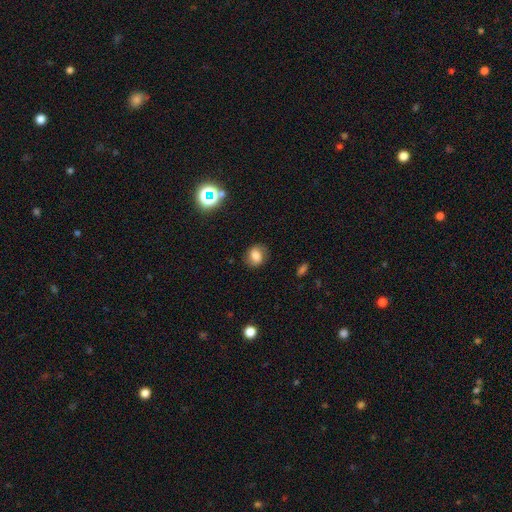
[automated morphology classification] smooth 71%, featured or disk 17%, star or artifact 12%. Down the decision tree: how rounded — round (52%); merging — none (79%).